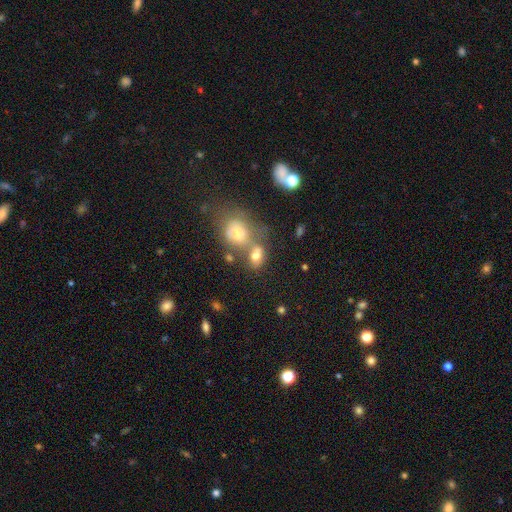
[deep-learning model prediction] Q: Smooth or featured?
A: smooth (70%); runner-up: featured or disk (17%)
Q: How rounded?
A: in between (74%); runner-up: round (23%)
Q: Merging?
A: merger (43%); runner-up: none (37%)